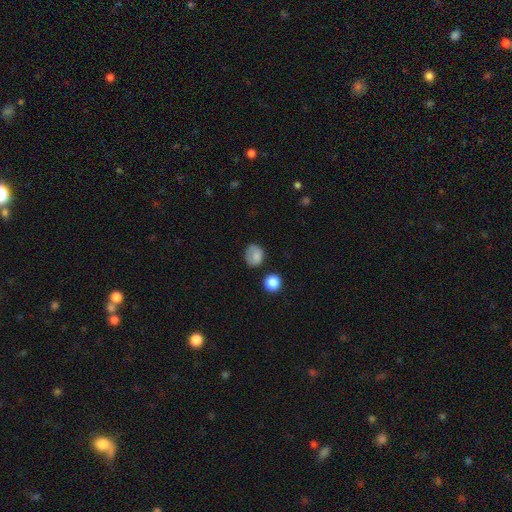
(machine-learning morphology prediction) type=smooth (80%); roundness=round (58%); merging=none (59%).